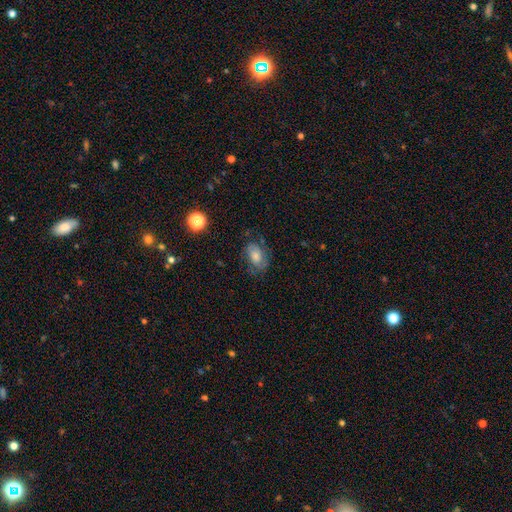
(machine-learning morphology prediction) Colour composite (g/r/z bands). It shows a smooth galaxy with no disk features (45%). Merging: none (66%).